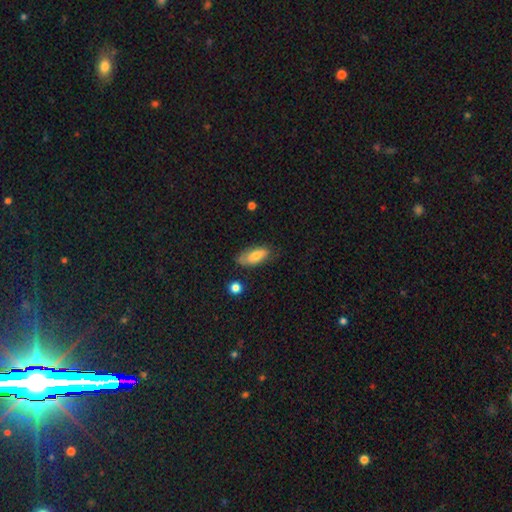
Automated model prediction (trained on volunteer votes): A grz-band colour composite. It shows a smooth galaxy with no disk features (74%) that is in between round and cigar-shaped (84%). Merging: none (65%).